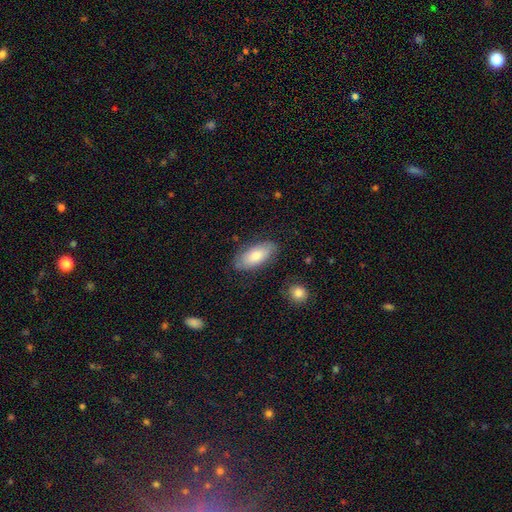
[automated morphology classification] smooth 73%, featured or disk 20%, star or artifact 6%. Down the decision tree: how rounded — in between (88%); merging — none (81%).